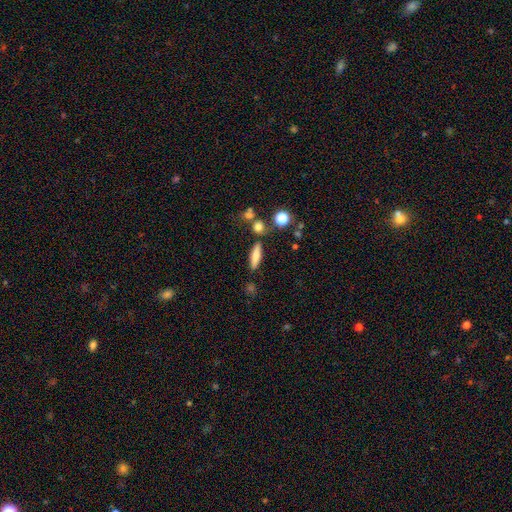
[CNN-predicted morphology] Q: Smooth or featured?
A: smooth (66%); runner-up: featured or disk (26%)
Q: How rounded?
A: cigar-shaped (61%); runner-up: in between (35%)
Q: Merging?
A: none (79%); runner-up: minor disturbance (11%)